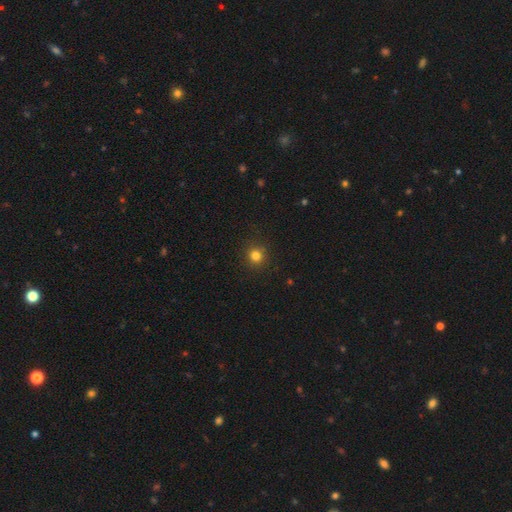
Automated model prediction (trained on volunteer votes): A smooth galaxy with no disk features (81%) that is round (93%). Merging: none (90%).